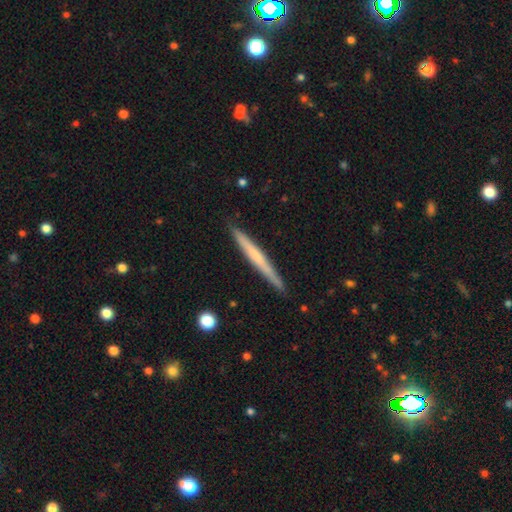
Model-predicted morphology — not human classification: This is possibly a featured or disk galaxy (50%). It is clearly viewed edge-on (97%). Merging: clearly none (90%).